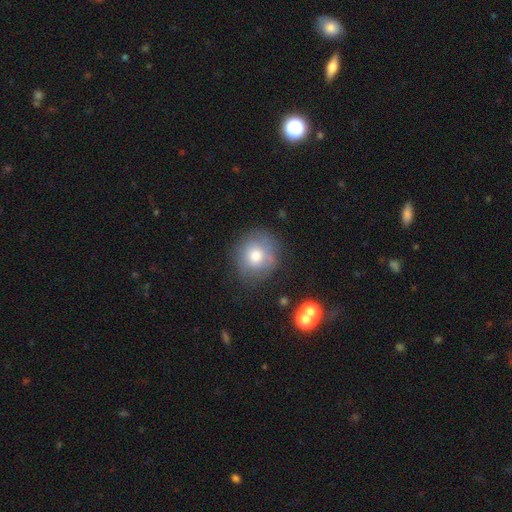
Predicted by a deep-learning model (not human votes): smooth-or-featured: smooth: 70% | featured or disk: 20% | star or artifact: 10%
  how-rounded: round: 86% | in between: 13% | cigar-shaped: 1%
  merging: none: 73% | minor disturbance: 18% | major disturbance: 6% | merger: 3%